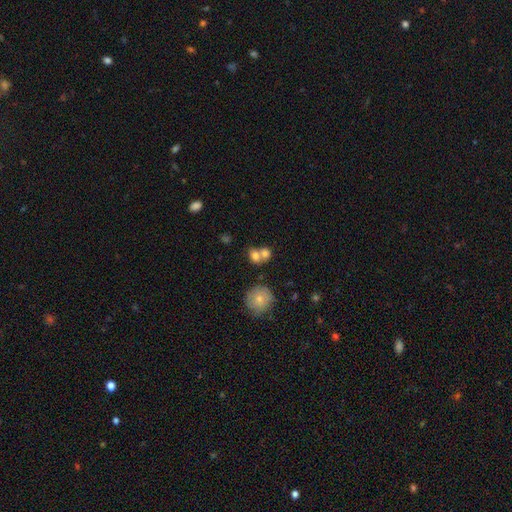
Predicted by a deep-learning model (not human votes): smooth_or_featured: smooth (p=0.75) [alt: featured or disk p=0.15]
how_rounded: round (p=0.56) [alt: in between p=0.43]
merging: merger (p=0.58) [alt: none p=0.31]